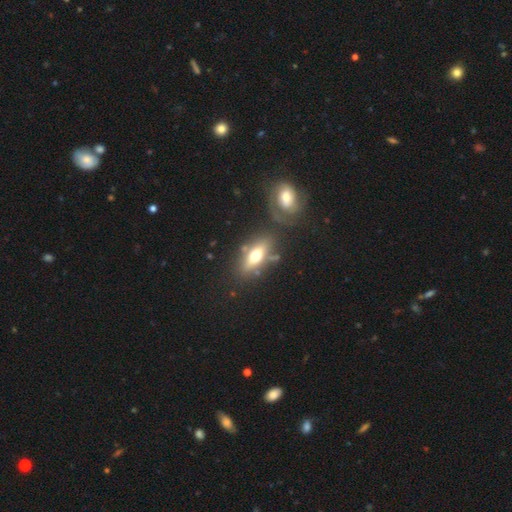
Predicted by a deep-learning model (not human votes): Smooth or featured?
  - smooth: 47% *
  - featured or disk: 45%
  - star or artifact: 8%
Merging?
  - none: 67% *
  - minor disturbance: 14%
  - merger: 13%
  - major disturbance: 6%